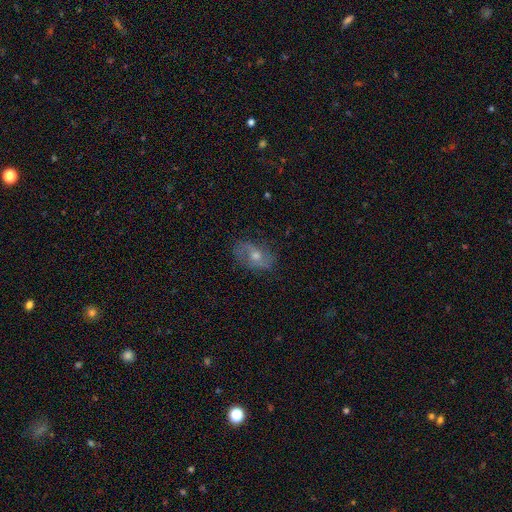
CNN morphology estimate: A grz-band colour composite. It shows a featured or disk galaxy (64%) with no bar (56%), 2 (82%) medium (41%) spiral arms (84%) and a moderate central bulge (67%). Merging: none (77%).